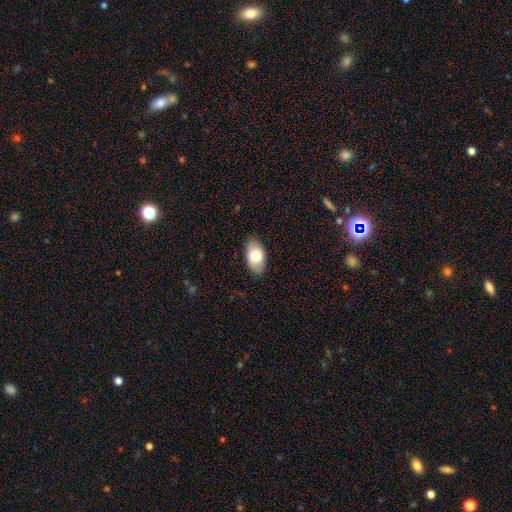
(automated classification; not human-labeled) Smooth or featured: smooth — 77% (featured or disk — 17%)
How rounded: in between — 94% (round — 4%)
Merging: none — 85% (minor disturbance — 12%)